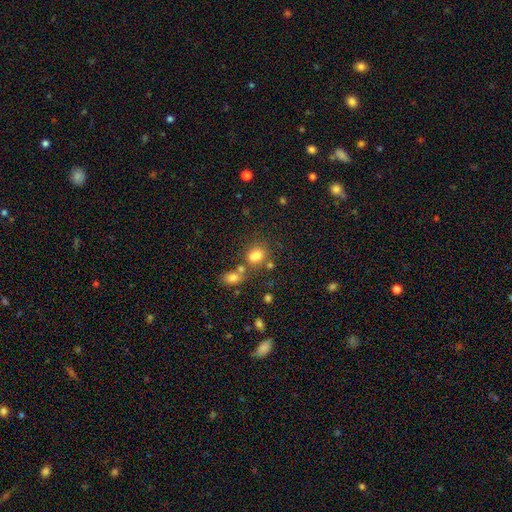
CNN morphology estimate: Smooth or featured?
  - smooth: 77% *
  - star or artifact: 14%
  - featured or disk: 9%
How rounded?
  - in between: 61% *
  - round: 37%
  - cigar-shaped: 2%
Merging?
  - none: 52% *
  - merger: 26%
  - minor disturbance: 15%
  - major disturbance: 7%